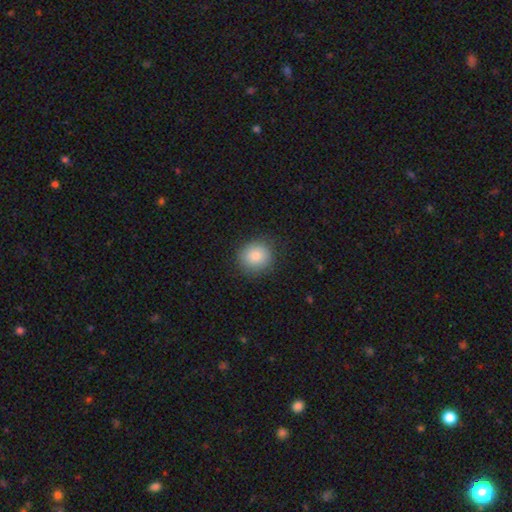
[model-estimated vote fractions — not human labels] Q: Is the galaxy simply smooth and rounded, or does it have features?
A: smooth — 85%.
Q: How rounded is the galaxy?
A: round — 87%.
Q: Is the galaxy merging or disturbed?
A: none — 87%.